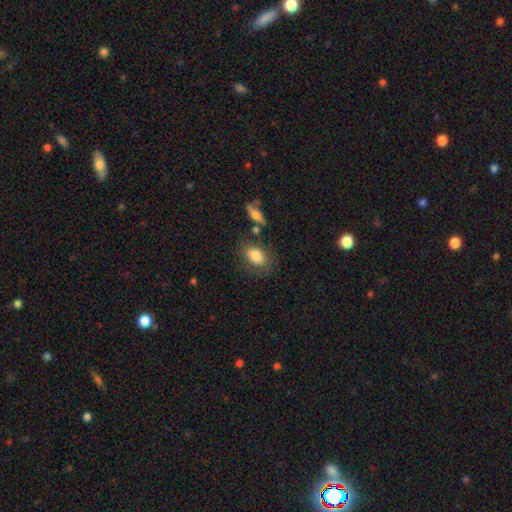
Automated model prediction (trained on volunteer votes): This is clearly a smooth galaxy (81%). How rounded: clearly in between (85%). Merging: likely none (70%).